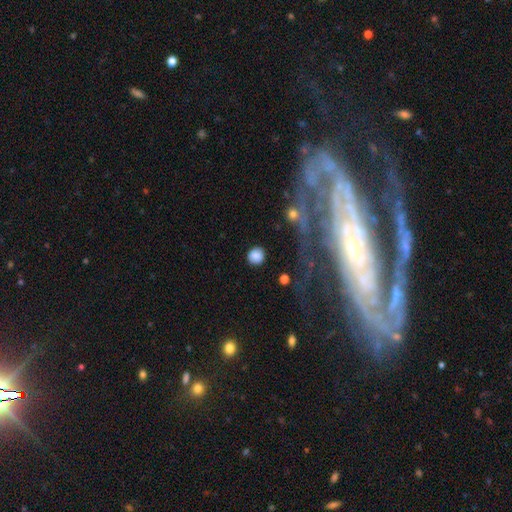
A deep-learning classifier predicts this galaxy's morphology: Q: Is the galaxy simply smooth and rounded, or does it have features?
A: smooth — 84%.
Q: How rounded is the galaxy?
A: round — 87%.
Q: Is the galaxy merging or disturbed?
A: none — 86%.